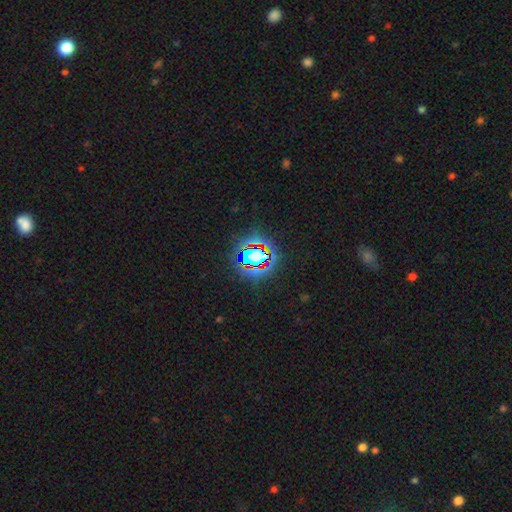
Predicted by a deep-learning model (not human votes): Smooth or featured? star or artifact (68%)